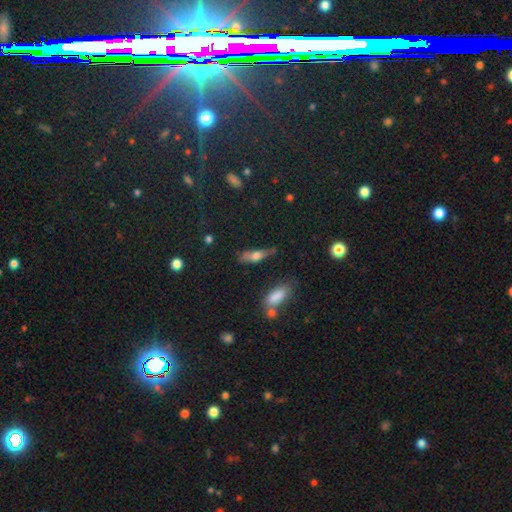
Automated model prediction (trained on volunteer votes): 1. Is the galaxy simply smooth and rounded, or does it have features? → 61% smooth, 27% featured or disk, 12% star or artifact.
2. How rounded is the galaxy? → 54% in between, 42% cigar-shaped, 5% round.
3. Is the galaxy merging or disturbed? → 56% none, 25% minor disturbance, 10% major disturbance, 10% merger.